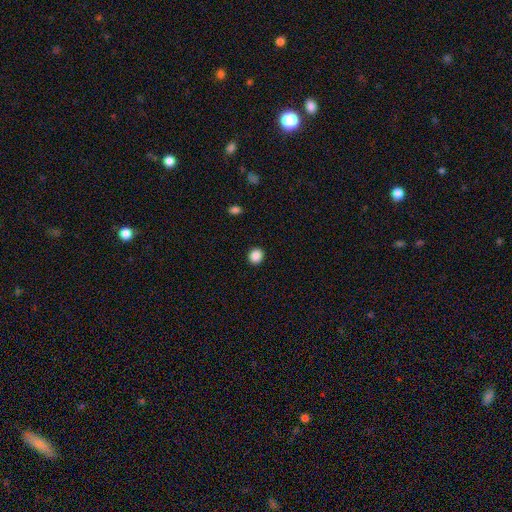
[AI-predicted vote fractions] smooth_or_featured: smooth (p=0.88) [alt: star or artifact p=0.09]
how_rounded: round (p=0.79) [alt: in between p=0.20]
merging: none (p=0.92) [alt: minor disturbance p=0.05]